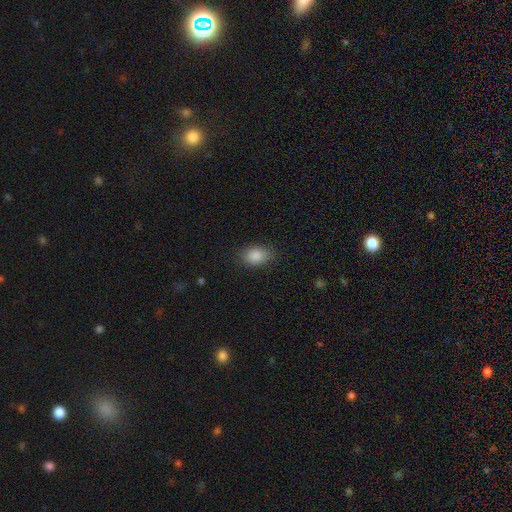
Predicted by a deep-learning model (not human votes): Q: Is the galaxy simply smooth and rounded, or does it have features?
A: smooth — 86%.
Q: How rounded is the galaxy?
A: in between — 81%.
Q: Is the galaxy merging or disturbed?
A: none — 85%.